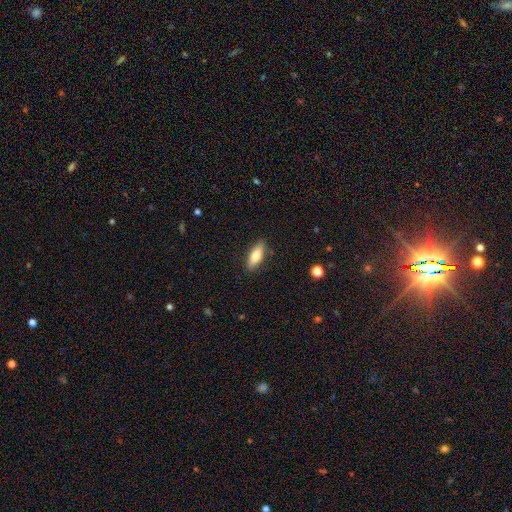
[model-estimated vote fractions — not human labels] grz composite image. It shows a smooth galaxy with no disk features (76%) that is in between round and cigar-shaped (65%). Merging: none (84%).